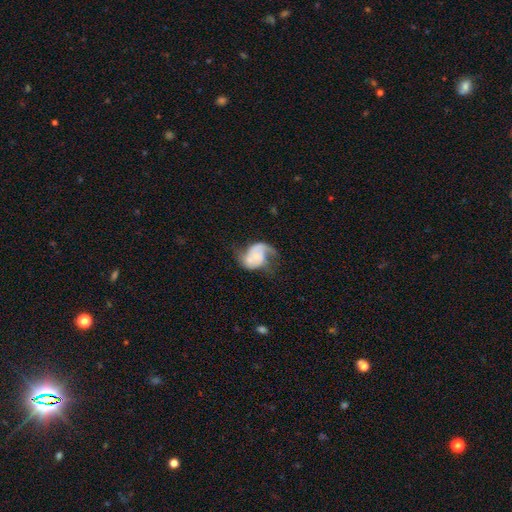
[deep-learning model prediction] Overall: featured or disk (65%; smooth 27%). Edge-on disk: no (98%). Bar: no (71%). Spiral arms: yes (84%). Spiral arm count: 2 (66%). Spiral winding: loose (51%; medium 34%). Bulge size: small (46%; none 28%). Merging: major disturbance (37%; none 30%).